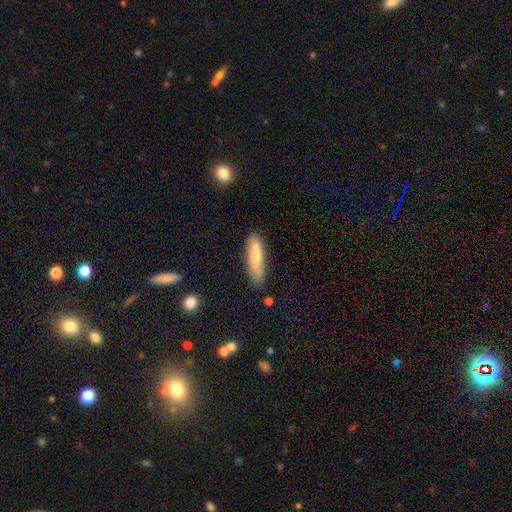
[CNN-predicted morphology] A smooth galaxy with no disk features (75%) that is cigar-shaped (73%). Merging: none (78%).